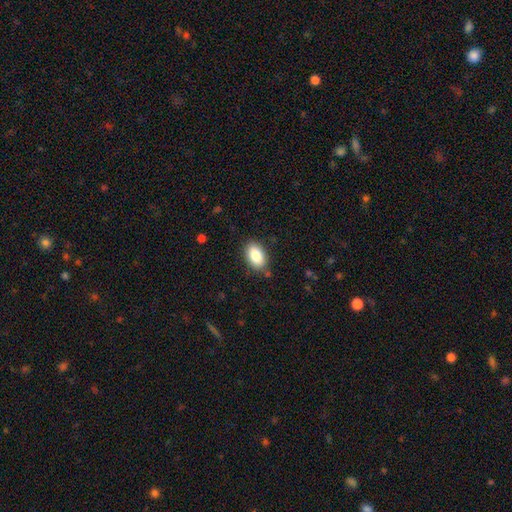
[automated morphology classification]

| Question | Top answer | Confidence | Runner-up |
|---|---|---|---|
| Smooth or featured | smooth | 86% | star or artifact (7%) |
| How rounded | in between | 91% | round (8%) |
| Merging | none | 85% | minor disturbance (11%) |